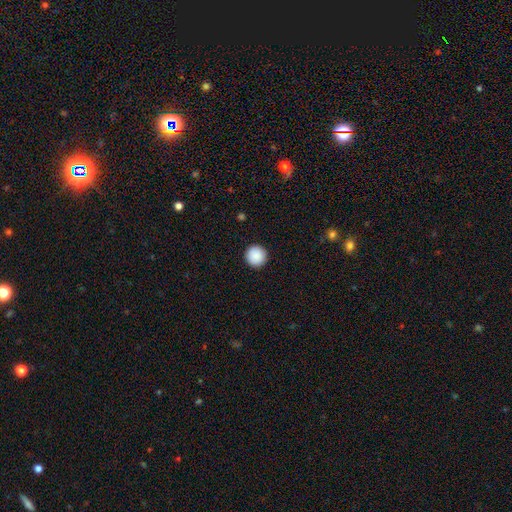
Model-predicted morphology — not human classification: smooth-or-featured: smooth: 90% | star or artifact: 8% | featured or disk: 3%
  how-rounded: round: 96% | in between: 3% | cigar-shaped: 1%
  merging: none: 93% | minor disturbance: 4% | major disturbance: 1% | merger: 1%